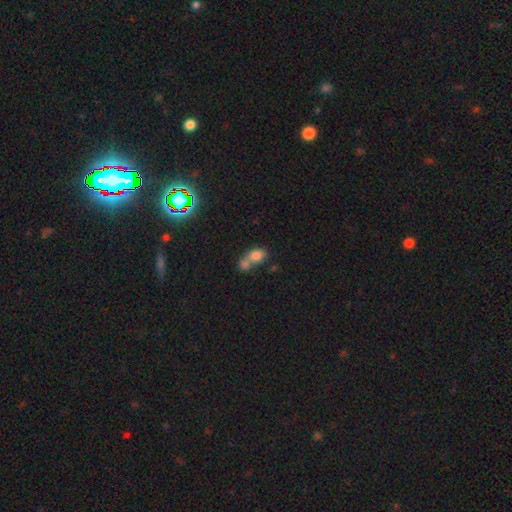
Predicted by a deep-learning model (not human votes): smooth-or-featured: smooth: 77% | star or artifact: 12% | featured or disk: 11%
  how-rounded: in between: 69% | round: 28% | cigar-shaped: 2%
  merging: merger: 64% | none: 24% | minor disturbance: 8% | major disturbance: 4%